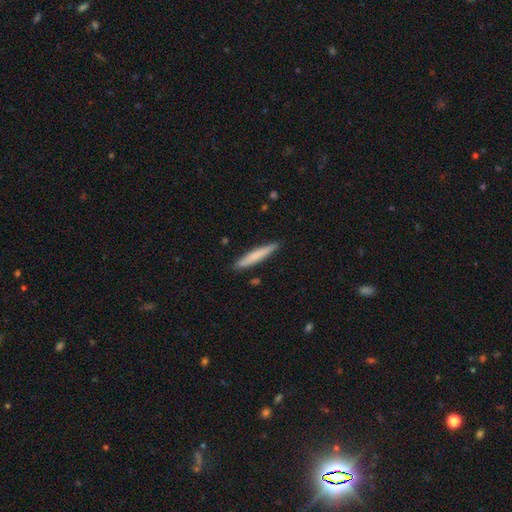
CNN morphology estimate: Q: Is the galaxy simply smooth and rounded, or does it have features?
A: smooth — 71%.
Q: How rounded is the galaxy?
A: cigar-shaped — 95%.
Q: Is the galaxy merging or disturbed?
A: none — 90%.